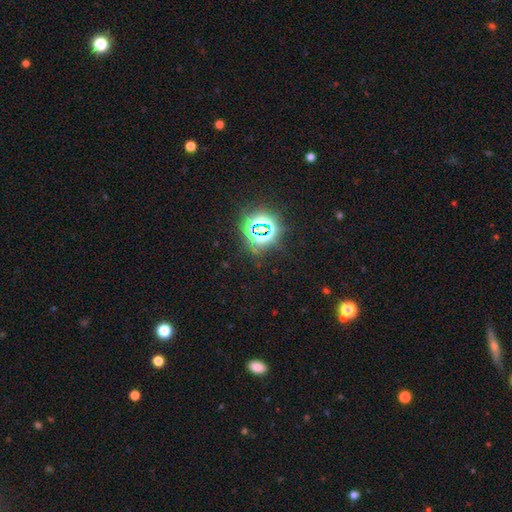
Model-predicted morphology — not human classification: Q: Smooth or featured?
A: star or artifact (78%); runner-up: smooth (15%)